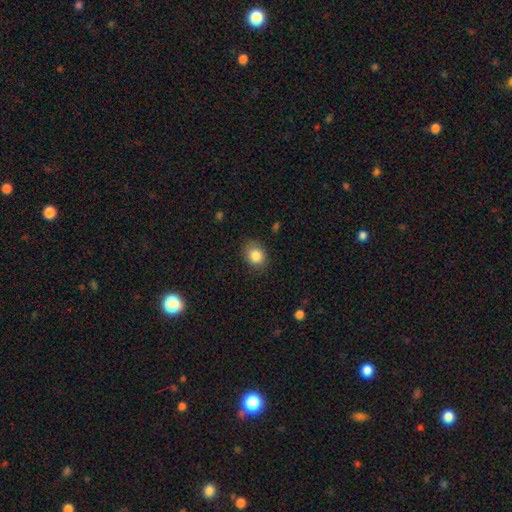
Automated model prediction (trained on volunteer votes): This is clearly a smooth galaxy (85%). How rounded: possibly round (55%). Merging: clearly none (83%).